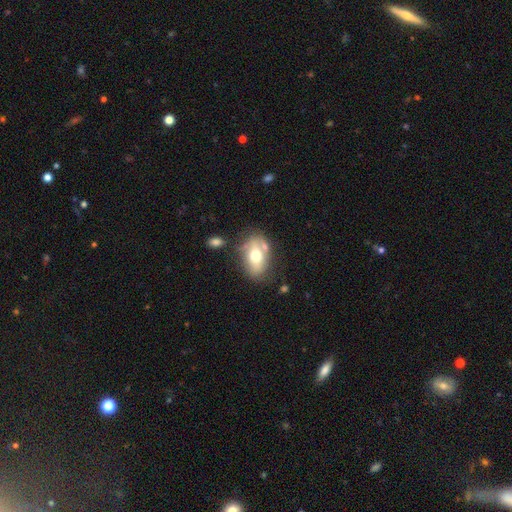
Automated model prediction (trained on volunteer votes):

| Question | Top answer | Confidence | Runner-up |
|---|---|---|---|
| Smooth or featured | smooth | 62% | featured or disk (31%) |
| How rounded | in between | 85% | round (12%) |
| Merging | none | 63% | minor disturbance (19%) |